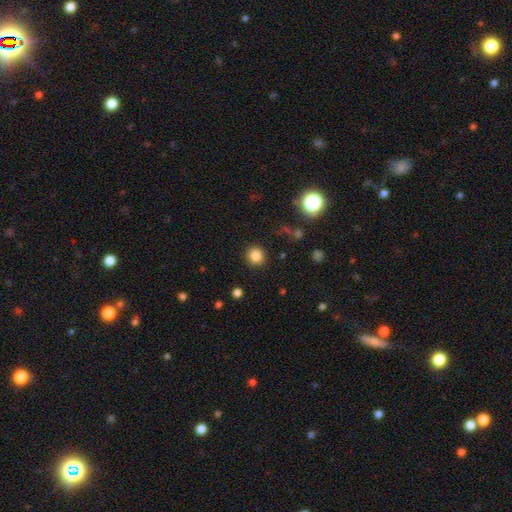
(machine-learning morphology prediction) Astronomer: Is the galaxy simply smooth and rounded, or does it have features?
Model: smooth — 83%.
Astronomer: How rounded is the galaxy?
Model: round — 91%.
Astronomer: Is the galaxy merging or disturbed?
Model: none — 90%.